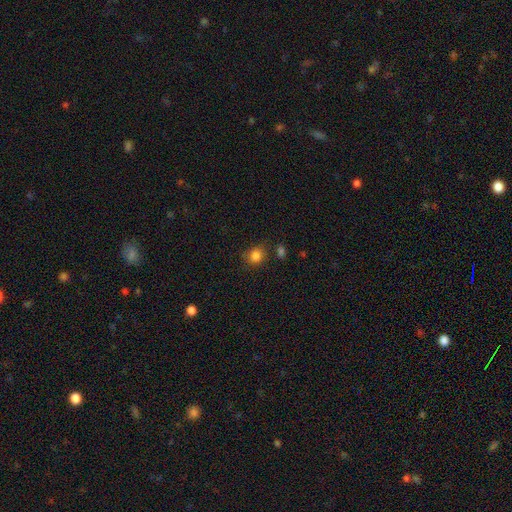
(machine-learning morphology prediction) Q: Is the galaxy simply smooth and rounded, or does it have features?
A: smooth — 83%.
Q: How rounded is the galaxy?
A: round — 73%.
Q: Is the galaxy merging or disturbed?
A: none — 76%.